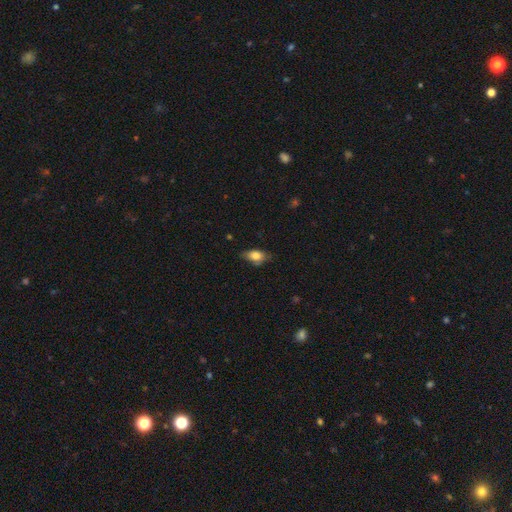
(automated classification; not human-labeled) The model was most divided on "merging": none: 66%, minor disturbance: 27%, major disturbance: 5%, merger: 2%. More confident: how rounded — in between (87%); smooth or featured — smooth (76%).